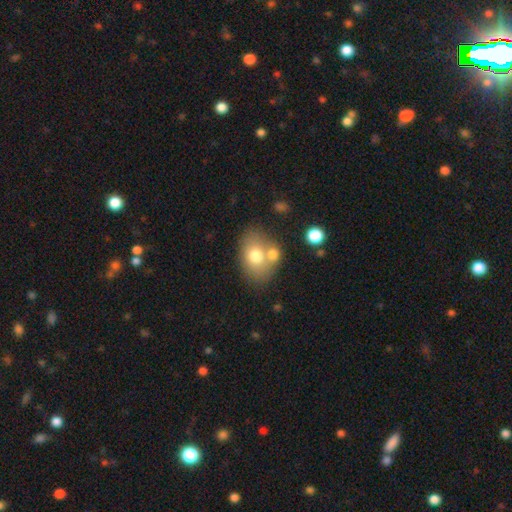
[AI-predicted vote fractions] Smooth or featured?
  - smooth: 70% *
  - featured or disk: 21%
  - star or artifact: 9%
How rounded?
  - in between: 71% *
  - round: 28%
  - cigar-shaped: 1%
Merging?
  - none: 50% *
  - merger: 32%
  - minor disturbance: 13%
  - major disturbance: 5%